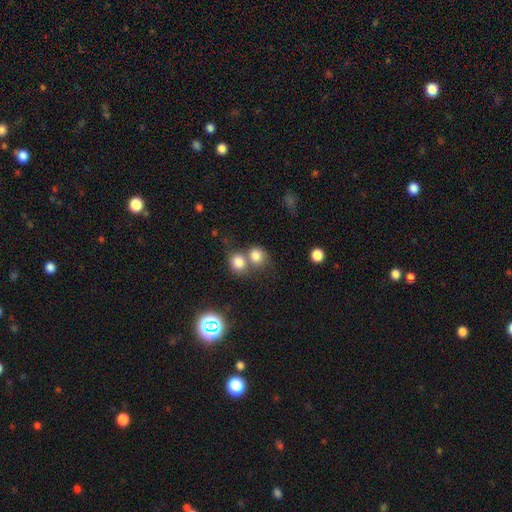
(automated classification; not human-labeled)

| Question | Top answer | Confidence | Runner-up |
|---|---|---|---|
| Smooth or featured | smooth | 79% | star or artifact (12%) |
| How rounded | round | 78% | in between (21%) |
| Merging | merger | 48% | none (40%) |